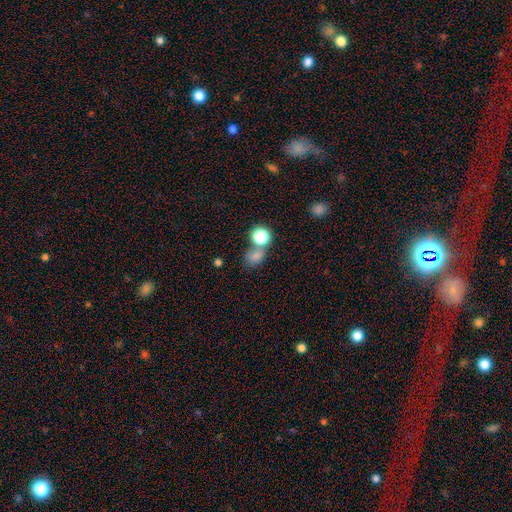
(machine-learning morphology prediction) The model was most divided on "merging": none: 45%, merger: 38%, minor disturbance: 11%, major disturbance: 7%. More confident: smooth or featured — smooth (74%); how rounded — round (57%).